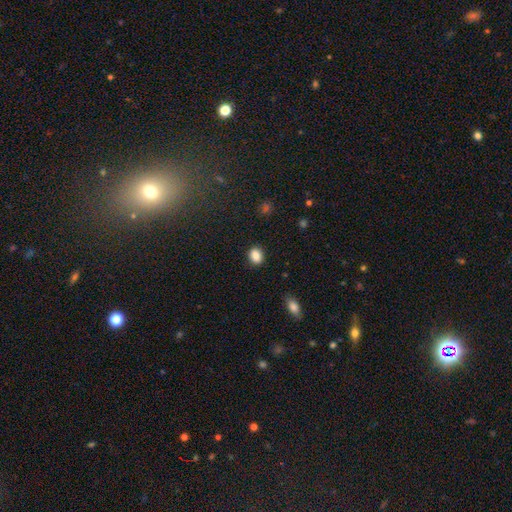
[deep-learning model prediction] The model was most divided on "how rounded": in between: 51%, round: 48%, cigar-shaped: 1%. More confident: merging — none (87%); smooth or featured — smooth (87%).